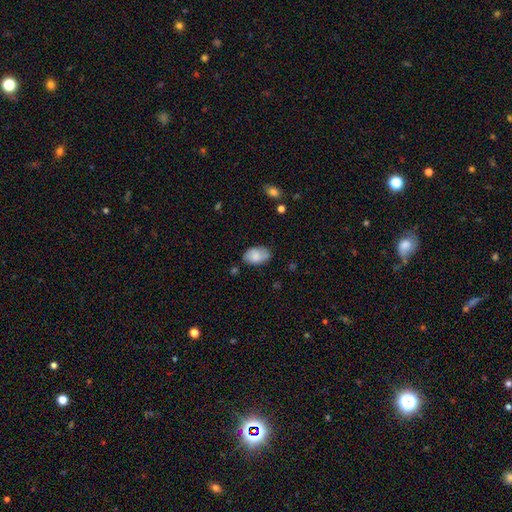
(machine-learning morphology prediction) Smooth or featured: smooth — 81% (featured or disk — 12%)
How rounded: in between — 90% (round — 8%)
Merging: none — 73% (minor disturbance — 21%)